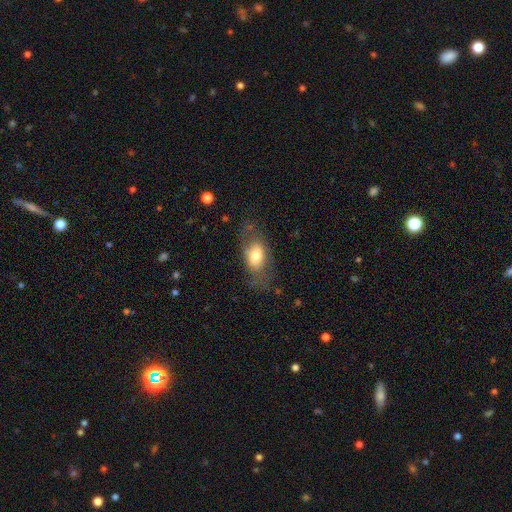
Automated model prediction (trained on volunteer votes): Smooth or featured: smooth — 68% (featured or disk — 25%)
How rounded: in between — 88% (round — 8%)
Merging: none — 60% (minor disturbance — 23%)